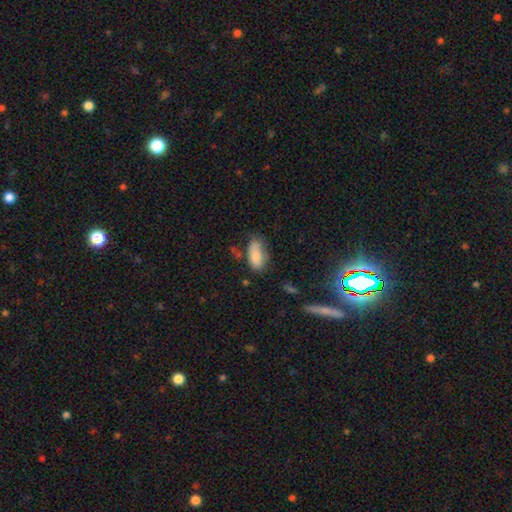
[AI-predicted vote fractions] Smooth or featured? smooth (83%)
How rounded? in between (90%)
Merging? none (53%)